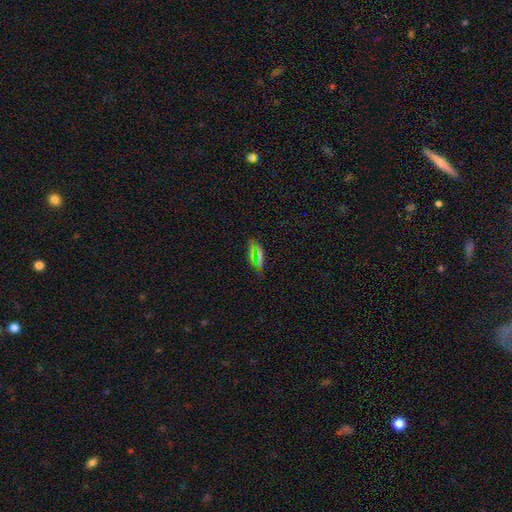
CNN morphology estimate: Smooth or featured? Predicted: smooth (p=0.62). How rounded? Predicted: cigar-shaped (p=0.49). Merging? Predicted: none (p=0.80).